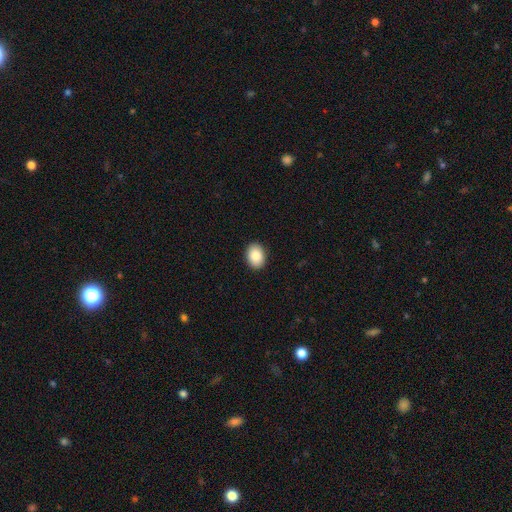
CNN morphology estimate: Smooth or featured: smooth — 88% (star or artifact — 7%)
How rounded: in between — 75% (round — 24%)
Merging: none — 91% (minor disturbance — 6%)